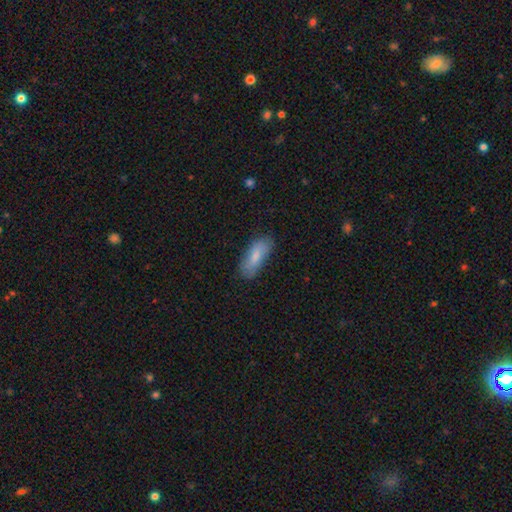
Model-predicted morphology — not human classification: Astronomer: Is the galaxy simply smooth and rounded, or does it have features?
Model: smooth — 79%.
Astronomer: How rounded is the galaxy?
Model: in between — 76%.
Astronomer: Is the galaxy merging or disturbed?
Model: none — 77%.